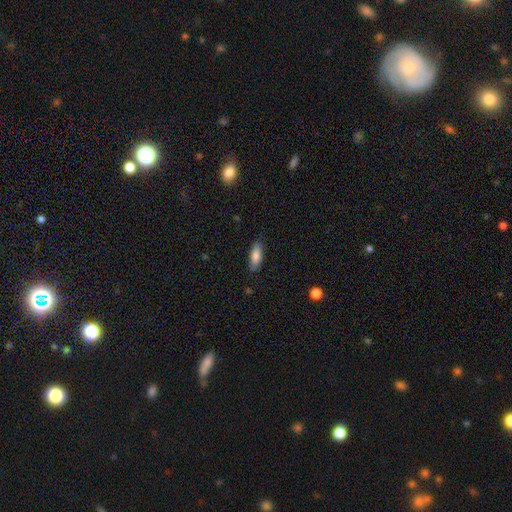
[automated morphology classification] Smooth or featured? Predicted: smooth (p=0.80). How rounded? Predicted: in between (p=0.59). Merging? Predicted: none (p=0.84).